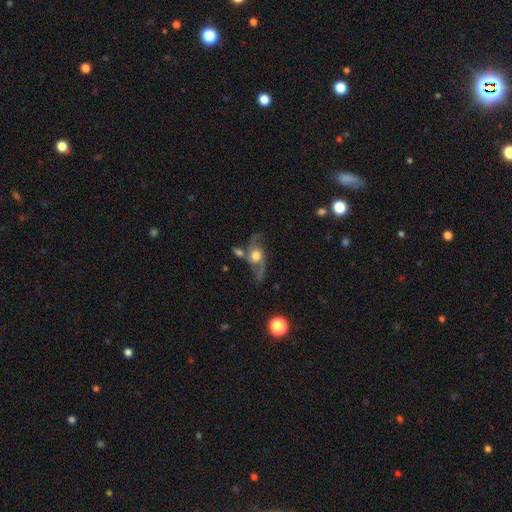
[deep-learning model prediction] Morphology: type=featured or disk (76%); edge-on=no (90%); bar=no (71%); spiral arms=yes (89%); winding=loose (66%); arm count=2 (90%); bulge=moderate (55%); merging=none (52%).